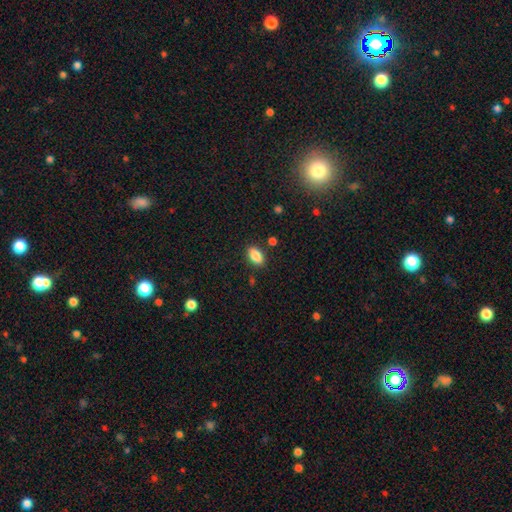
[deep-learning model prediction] Overall: smooth (87%). How rounded: in between (91%). Merging: none (85%).